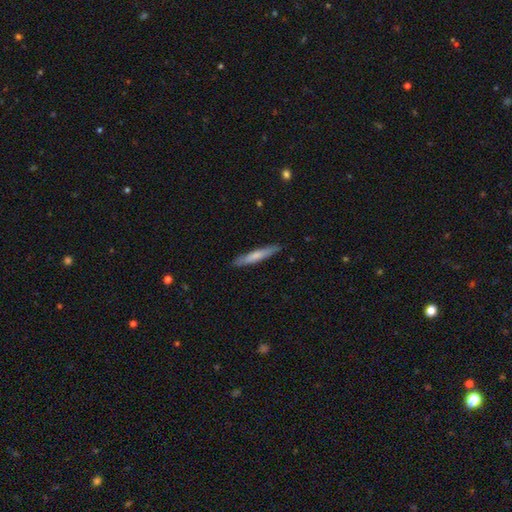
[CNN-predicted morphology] smooth 67%, featured or disk 28%, star or artifact 5%. Down the decision tree: how rounded — cigar-shaped (94%); merging — none (89%).